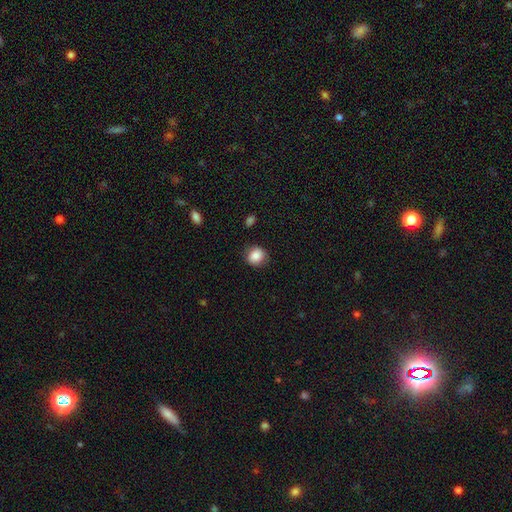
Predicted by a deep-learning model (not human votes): This appears to be a smooth galaxy with no disk features (85%) that is round (81%). Merging: none (82%).